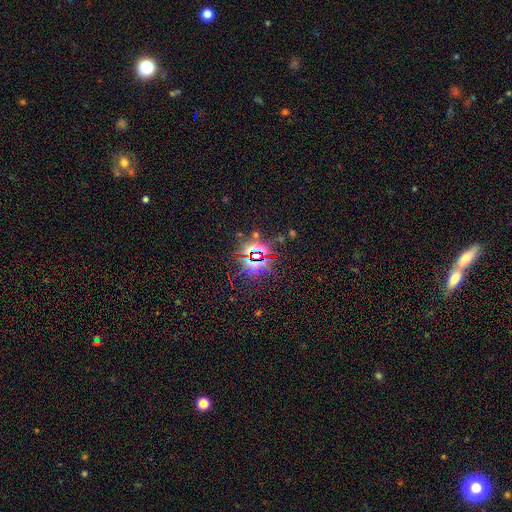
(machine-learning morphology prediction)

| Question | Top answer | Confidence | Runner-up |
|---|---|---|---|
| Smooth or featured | star or artifact | 80% | smooth (12%) |